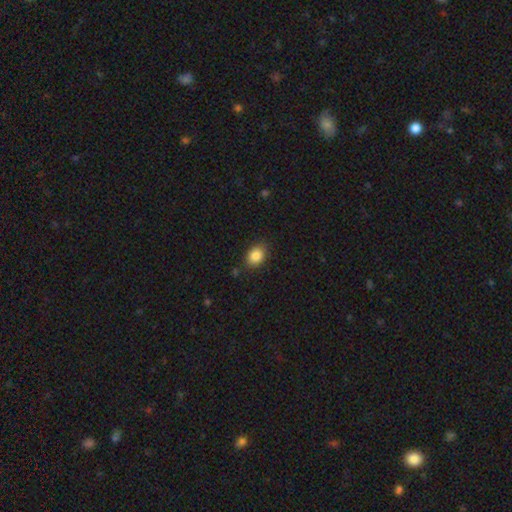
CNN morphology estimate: smooth-or-featured: smooth: 86% | star or artifact: 9% | featured or disk: 6%
  how-rounded: in between: 67% | round: 32% | cigar-shaped: 1%
  merging: none: 84% | minor disturbance: 12% | major disturbance: 3% | merger: 2%